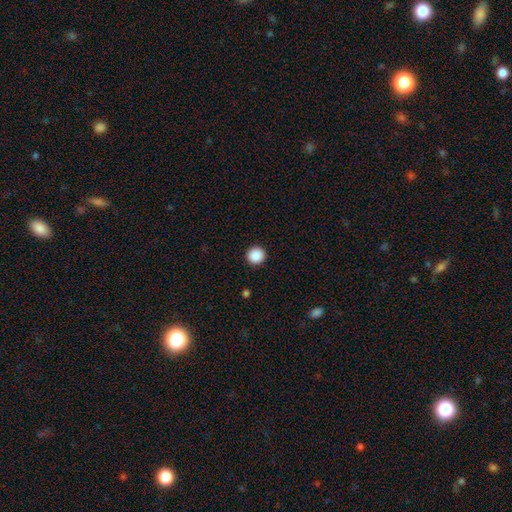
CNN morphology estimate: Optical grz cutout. It shows a smooth galaxy with no disk features (89%) that is round (95%). Merging: none (93%).